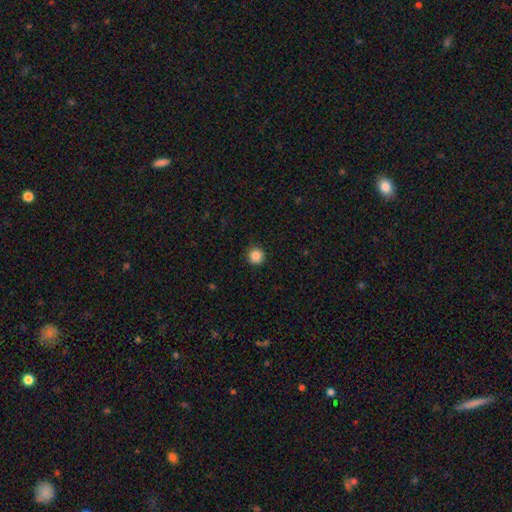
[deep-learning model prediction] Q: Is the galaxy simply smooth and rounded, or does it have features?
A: smooth — 85%.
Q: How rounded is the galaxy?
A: round — 95%.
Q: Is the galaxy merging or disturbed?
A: none — 90%.